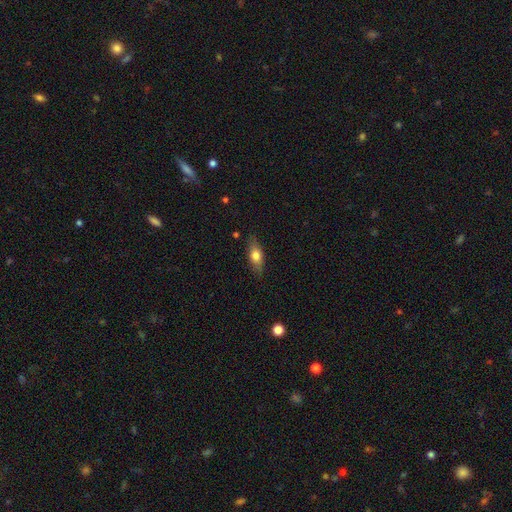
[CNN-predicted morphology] Smooth or featured? Predicted: smooth (p=0.64). How rounded? Predicted: in between (p=0.67). Merging? Predicted: none (p=0.82).